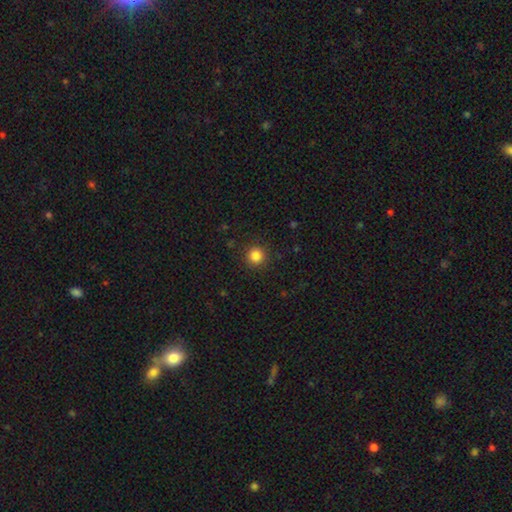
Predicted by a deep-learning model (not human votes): Smooth or featured: smooth — 84% (star or artifact — 12%)
How rounded: round — 95% (in between — 4%)
Merging: none — 91% (minor disturbance — 6%)